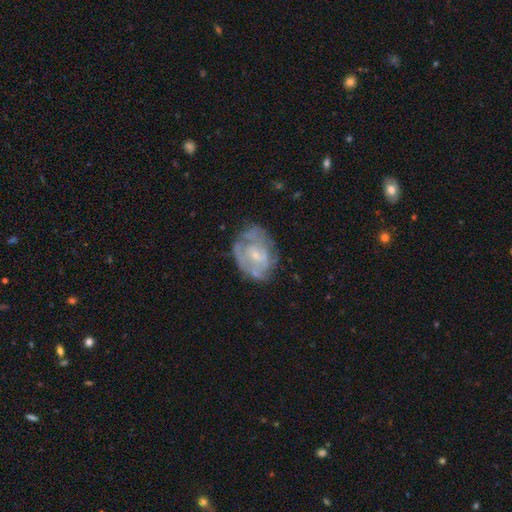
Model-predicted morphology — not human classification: type=featured or disk (71%); edge-on=no (97%); bar=no (64%); spiral arms=yes (59%); bulge=small (64%); merging=none (57%).